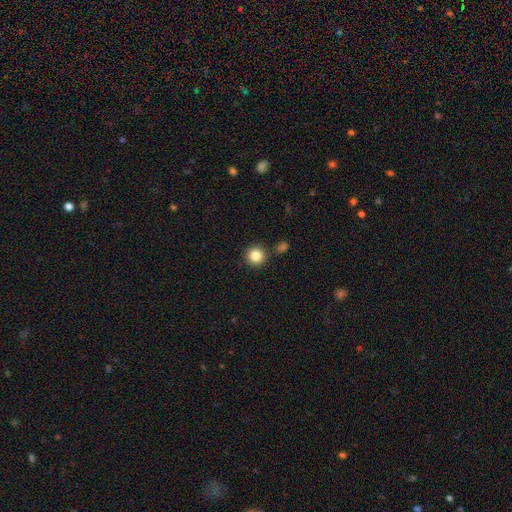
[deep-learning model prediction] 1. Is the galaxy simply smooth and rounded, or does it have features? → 85% smooth, 10% star or artifact, 5% featured or disk.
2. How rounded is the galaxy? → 94% round, 5% in between, 1% cigar-shaped.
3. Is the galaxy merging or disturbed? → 85% none, 7% minor disturbance, 5% merger, 2% major disturbance.